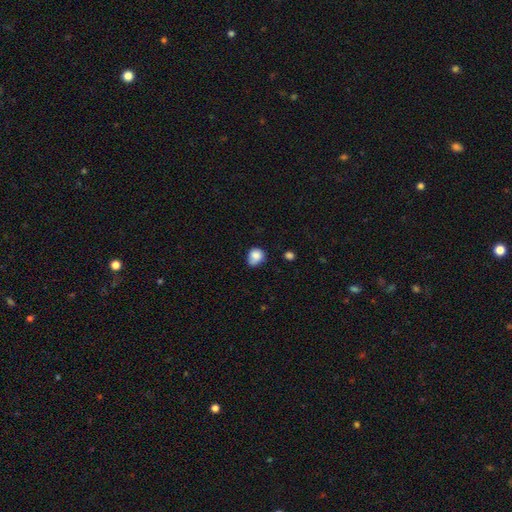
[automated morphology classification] Smooth or featured: smooth — 82% (star or artifact — 9%)
How rounded: round — 63% (in between — 36%)
Merging: none — 45% (minor disturbance — 36%)